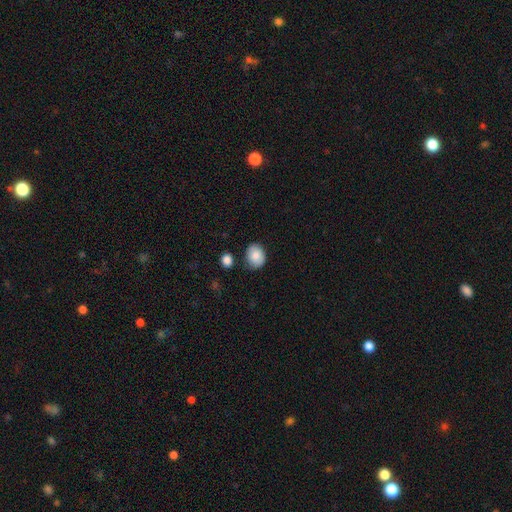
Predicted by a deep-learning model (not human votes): smooth 84%, featured or disk 8%, star or artifact 8%. Down the decision tree: how rounded — round (51%); merging — none (78%).